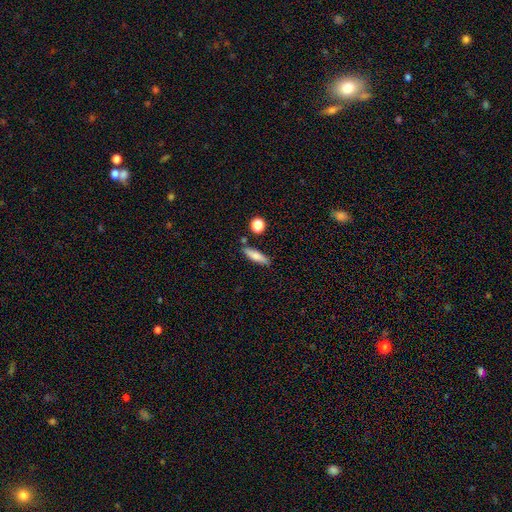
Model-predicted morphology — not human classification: A smooth galaxy with no disk features (77%) that is cigar-shaped (63%).

Vote fractions:
- Smooth or featured? smooth: 77% / featured or disk: 16% / star or artifact: 8%
- How rounded? cigar-shaped: 63% / in between: 33% / round: 3%
- Merging? none: 79% / minor disturbance: 12% / merger: 6% / major disturbance: 3%